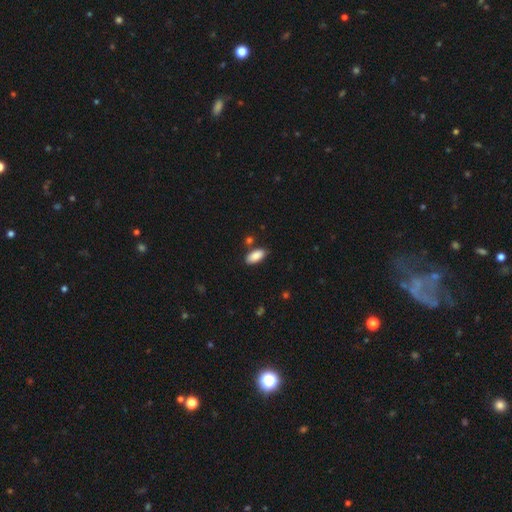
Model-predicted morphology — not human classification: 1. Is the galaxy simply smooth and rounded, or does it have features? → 88% smooth, 6% star or artifact, 5% featured or disk.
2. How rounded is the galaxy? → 91% in between, 7% cigar-shaped, 2% round.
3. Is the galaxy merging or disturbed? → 79% none, 13% minor disturbance, 5% merger, 3% major disturbance.